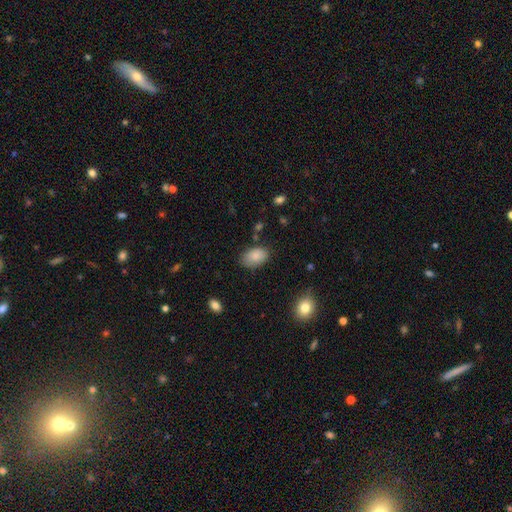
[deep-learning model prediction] The model was most divided on "merging": none: 76%, minor disturbance: 18%, major disturbance: 4%, merger: 2%. More confident: how rounded — in between (90%); smooth or featured — smooth (86%).